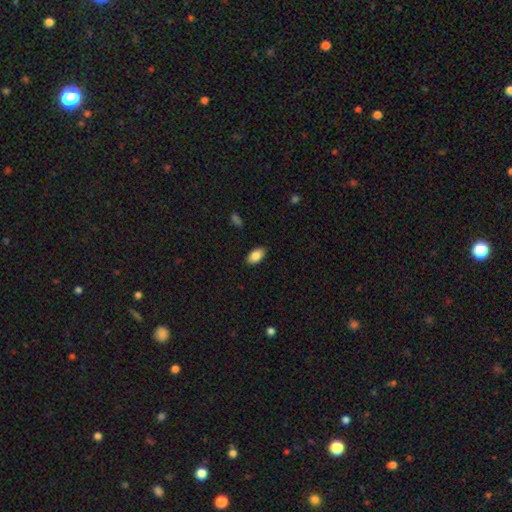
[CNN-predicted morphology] This appears to be a smooth galaxy with no disk features (87%) that is in between round and cigar-shaped (93%). Merging: none (85%).